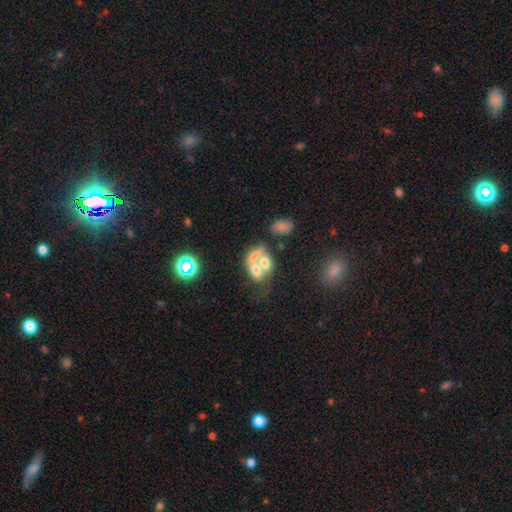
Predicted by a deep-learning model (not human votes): This is possibly a smooth galaxy (50%). How rounded: likely in between (65%). Merging: likely merger (69%).